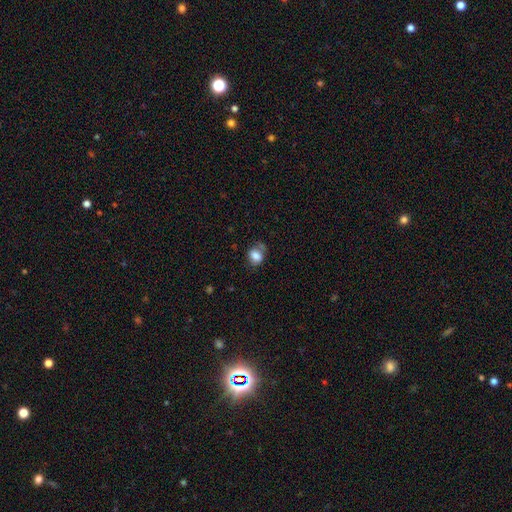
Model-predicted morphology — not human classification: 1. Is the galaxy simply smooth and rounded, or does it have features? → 79% smooth, 12% featured or disk, 10% star or artifact.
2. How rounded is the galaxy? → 63% in between, 35% round, 1% cigar-shaped.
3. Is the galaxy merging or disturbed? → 53% none, 27% minor disturbance, 12% major disturbance, 8% merger.